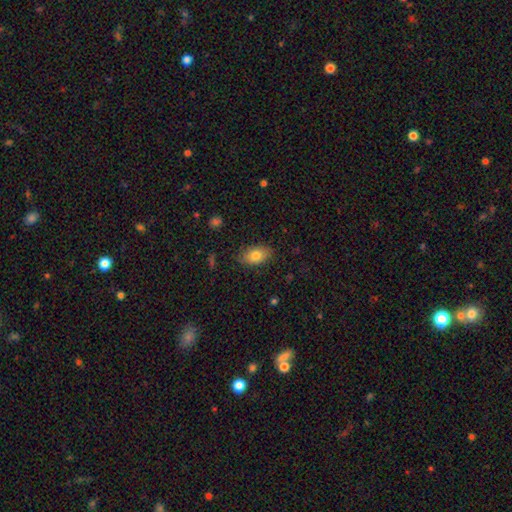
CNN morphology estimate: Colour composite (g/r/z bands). It shows a smooth galaxy with no disk features (80%) that is in between round and cigar-shaped (89%). Merging: none (84%).